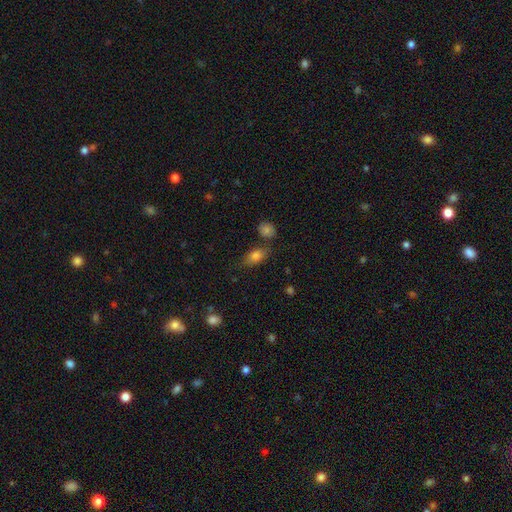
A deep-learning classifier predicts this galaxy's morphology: type=smooth (79%); roundness=in between (84%); merging=none (67%).